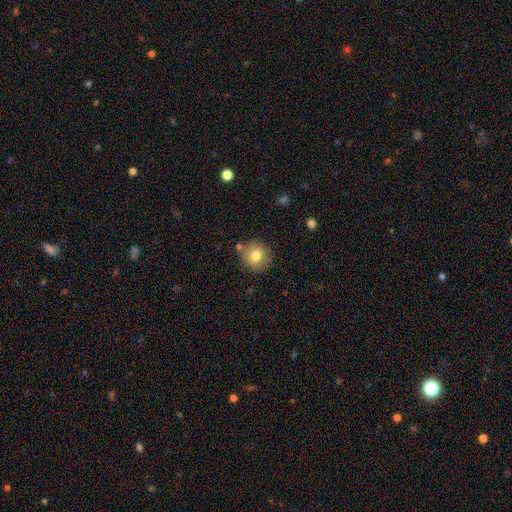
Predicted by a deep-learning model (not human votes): smooth 78%, featured or disk 12%, star or artifact 10%. Down the decision tree: how rounded — round (91%); merging — none (82%).